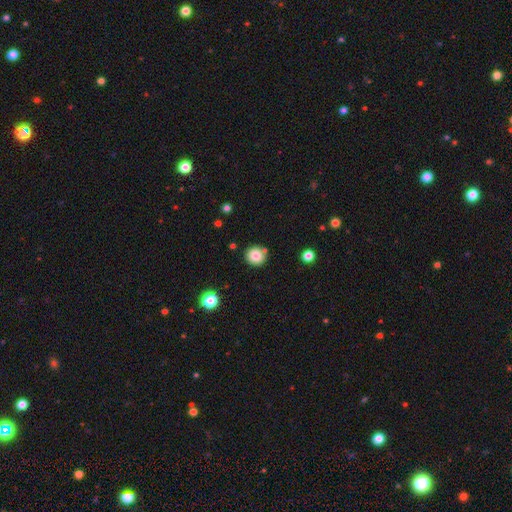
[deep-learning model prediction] smooth-or-featured: smooth: 83% | star or artifact: 10% | featured or disk: 6%
  how-rounded: round: 92% | in between: 7% | cigar-shaped: 1%
  merging: none: 83% | minor disturbance: 8% | merger: 7% | major disturbance: 2%